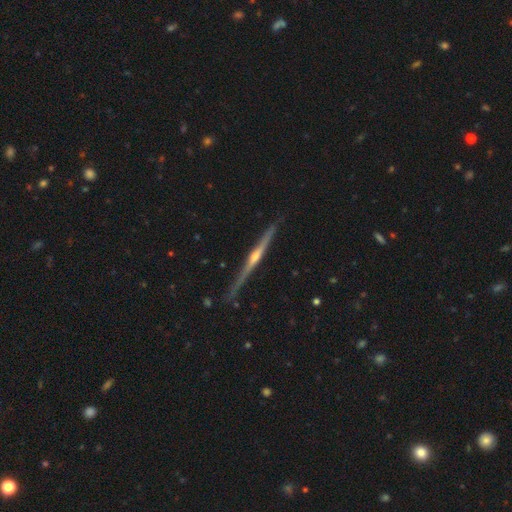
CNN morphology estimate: type=featured or disk (81%); edge-on=yes (98%); edge-on bulge=rounded (82%); merging=none (84%).